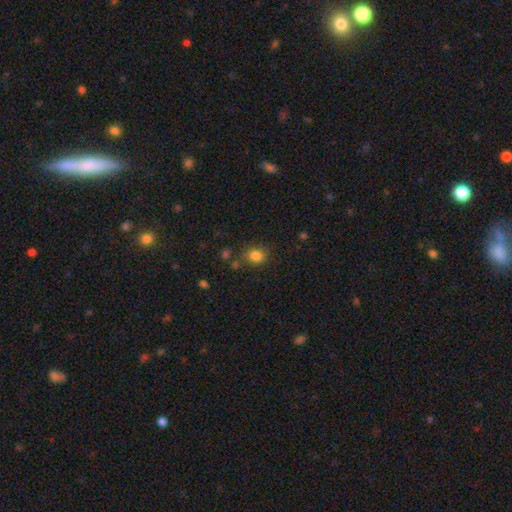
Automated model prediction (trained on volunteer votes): A smooth galaxy with no disk features (83%) that is round (70%). Merging: none (76%).